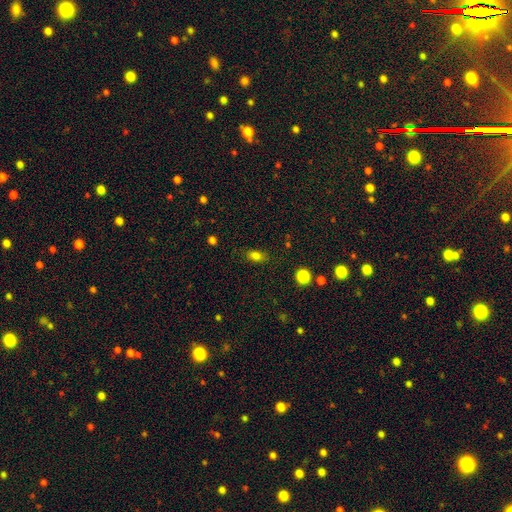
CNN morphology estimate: Smooth or featured?
  - smooth: 80% *
  - star or artifact: 13%
  - featured or disk: 6%
How rounded?
  - in between: 82% *
  - round: 13%
  - cigar-shaped: 5%
Merging?
  - none: 81% *
  - minor disturbance: 14%
  - major disturbance: 4%
  - merger: 2%